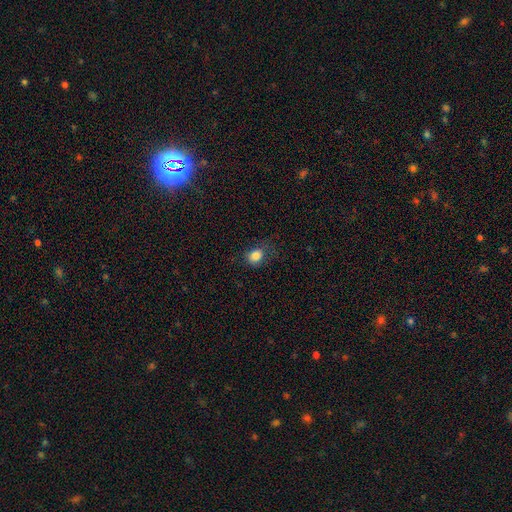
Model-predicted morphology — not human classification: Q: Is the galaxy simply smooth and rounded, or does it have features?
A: smooth — 83%.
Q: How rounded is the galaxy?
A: round — 62%.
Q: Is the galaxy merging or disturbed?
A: none — 68%.